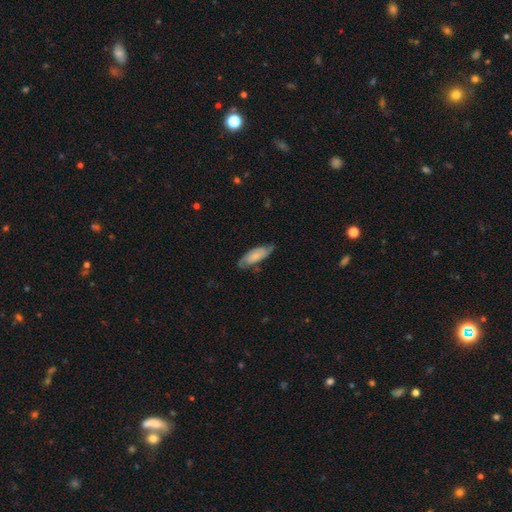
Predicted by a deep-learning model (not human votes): Smooth or featured: smooth — 56% (featured or disk — 38%)
How rounded: in between — 67% (cigar-shaped — 31%)
Merging: none — 69% (minor disturbance — 24%)